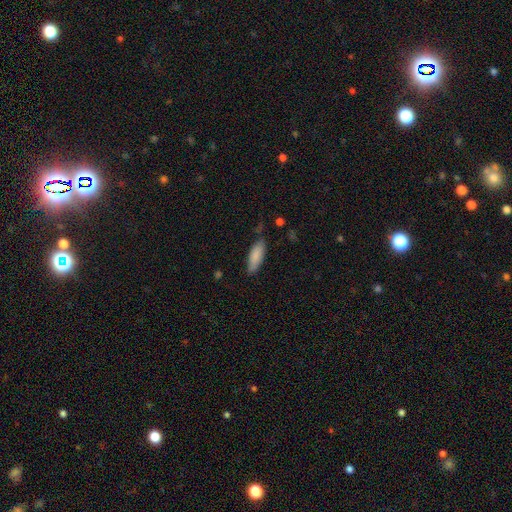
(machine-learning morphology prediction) Overall: smooth (85%). How rounded: in between (63%; cigar-shaped 35%). Merging: none (72%).